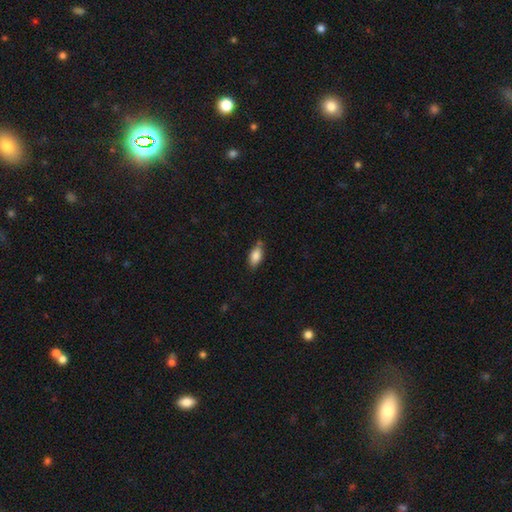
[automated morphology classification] Smooth or featured? Predicted: smooth (p=0.83). How rounded? Predicted: in between (p=0.88). Merging? Predicted: none (p=0.71).